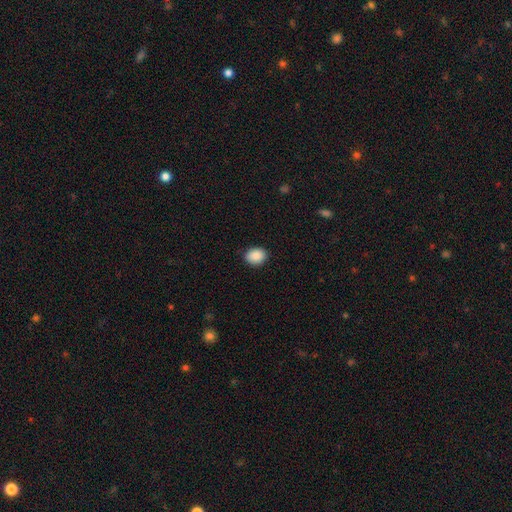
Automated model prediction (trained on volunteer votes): smooth-or-featured: smooth: 89% | star or artifact: 8% | featured or disk: 3%
  how-rounded: in between: 54% | round: 45% | cigar-shaped: 1%
  merging: none: 89% | minor disturbance: 8% | major disturbance: 2% | merger: 1%